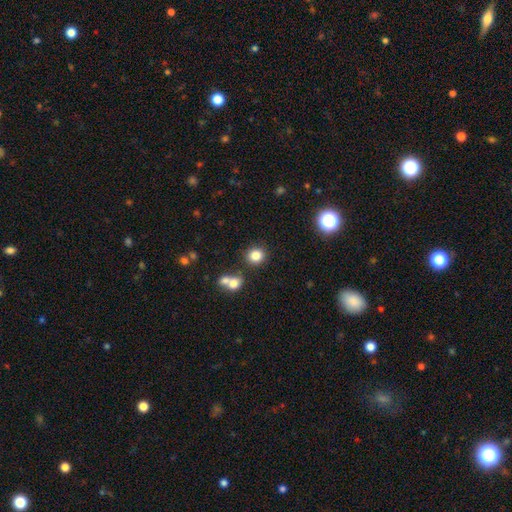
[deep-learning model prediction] Smooth or featured? Predicted: smooth (p=0.82). How rounded? Predicted: round (p=0.86). Merging? Predicted: none (p=0.80).